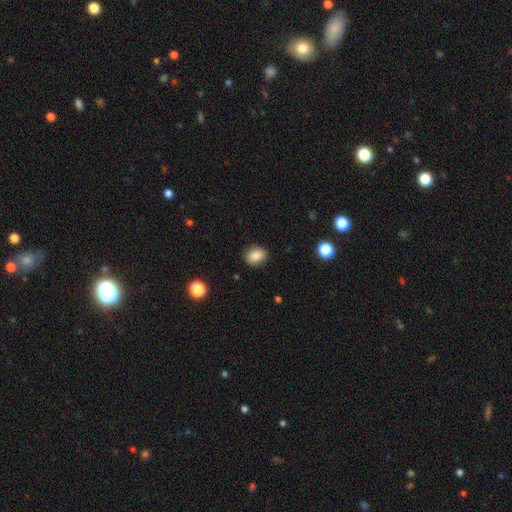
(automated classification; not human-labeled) A smooth galaxy with no disk features (85%) that is in between round and cigar-shaped (53%).

Vote fractions:
- Smooth or featured? smooth: 85% / star or artifact: 9% / featured or disk: 5%
- How rounded? in between: 53% / round: 46% / cigar-shaped: 1%
- Merging? none: 86% / minor disturbance: 10% / major disturbance: 2% / merger: 1%